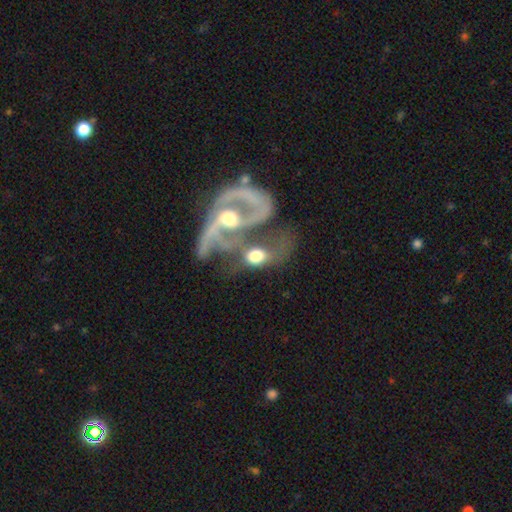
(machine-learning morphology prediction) Overall: featured or disk (58%; smooth 34%). Edge-on disk: no (94%). Bar: no (61%; weak 25%). Spiral arms: yes (71%). Bulge size: moderate (53%; large 24%). Merging: merger (68%).